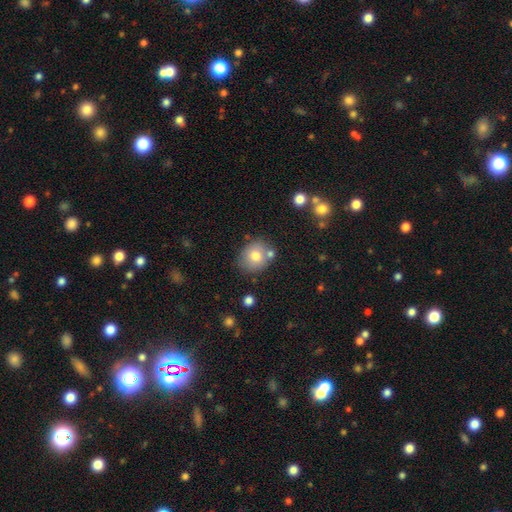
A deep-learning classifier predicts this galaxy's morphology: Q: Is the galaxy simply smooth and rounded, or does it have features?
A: smooth — 74%.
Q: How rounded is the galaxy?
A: round — 72%.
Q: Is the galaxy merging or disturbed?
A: none — 70%.